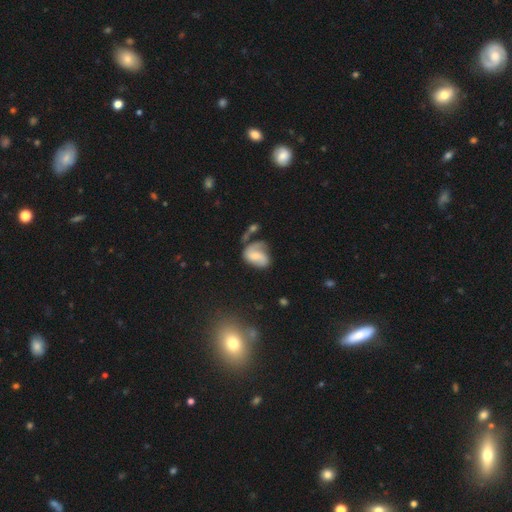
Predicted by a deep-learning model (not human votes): A featured or disk galaxy (58%) with no bar (45%), spiral arms (84%) and a small central bulge (40%). Merging: none (38%).